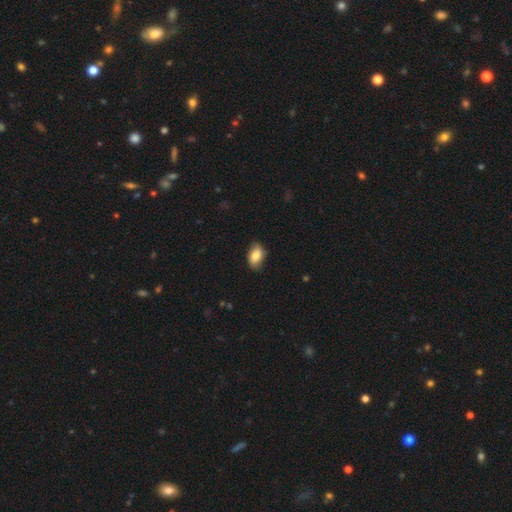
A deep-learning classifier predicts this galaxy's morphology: smooth_or_featured: smooth (p=0.83) [alt: featured or disk p=0.10]
how_rounded: in between (p=0.90) [alt: round p=0.09]
merging: none (p=0.76) [alt: minor disturbance p=0.19]